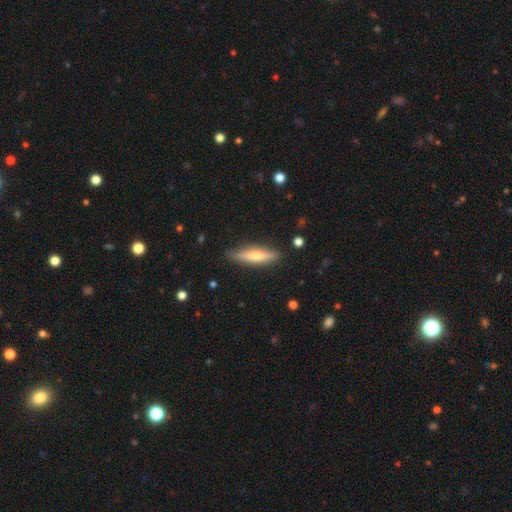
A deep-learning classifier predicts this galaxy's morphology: A smooth galaxy with no disk features (52%) that is cigar-shaped (78%). Merging: none (87%).